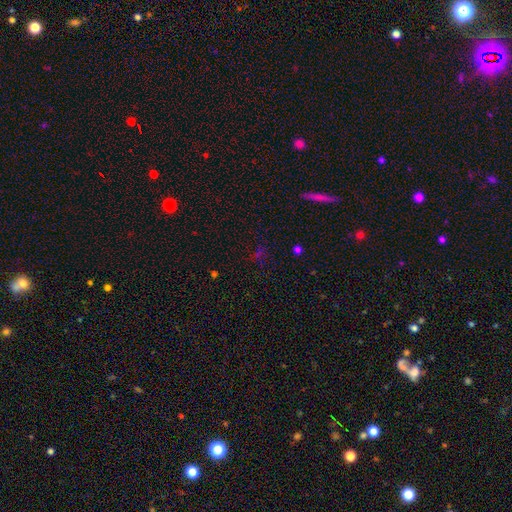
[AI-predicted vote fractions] Smooth or featured?
  - star or artifact: 55% *
  - smooth: 36%
  - featured or disk: 9%